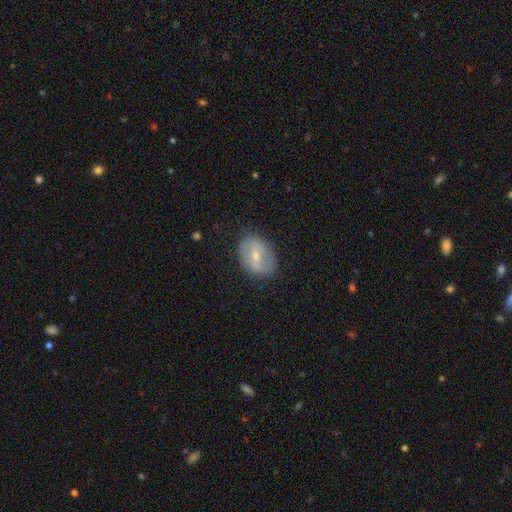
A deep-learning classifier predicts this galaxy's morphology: This is possibly a featured or disk galaxy (51%). It is clearly not viewed edge-on (93%). Merging: likely none (78%).